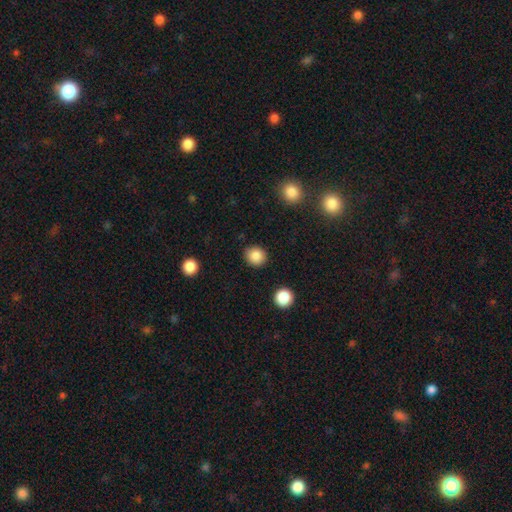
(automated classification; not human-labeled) Smooth or featured? smooth (86%)
How rounded? round (86%)
Merging? none (90%)